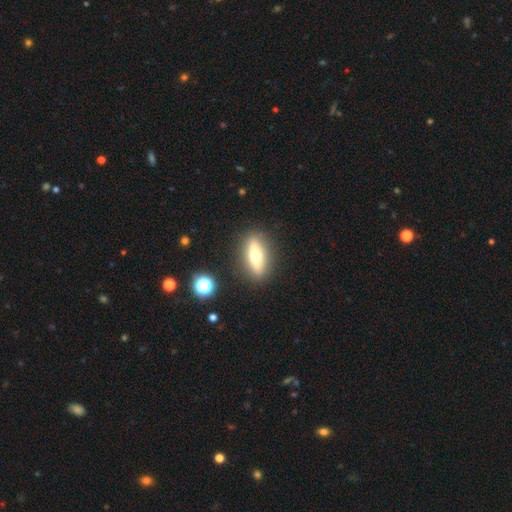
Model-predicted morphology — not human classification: Smooth or featured: smooth — 49% (featured or disk — 43%)
Merging: none — 87% (minor disturbance — 8%)